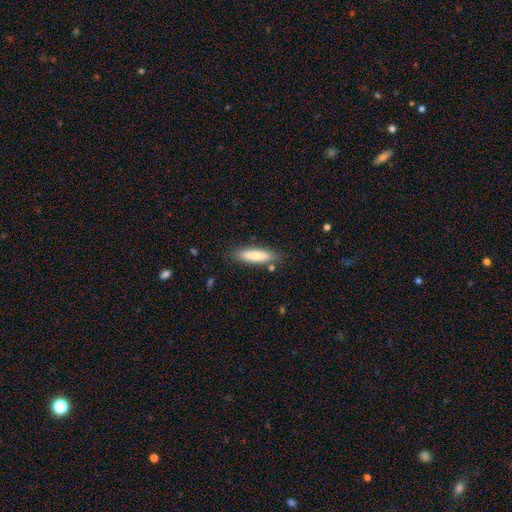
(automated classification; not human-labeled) Smooth or featured? smooth (77%)
How rounded? cigar-shaped (70%)
Merging? none (82%)